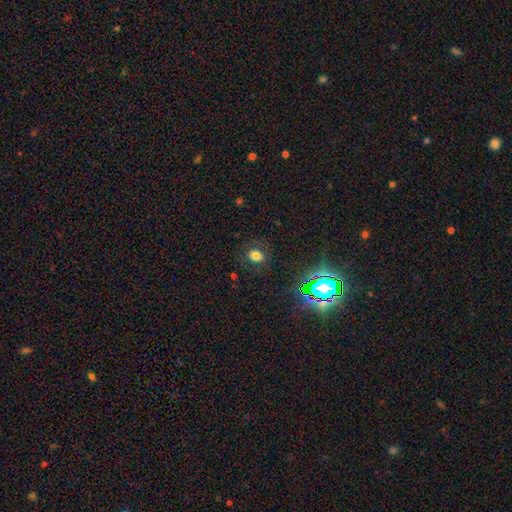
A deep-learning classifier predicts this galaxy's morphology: smooth_or_featured: smooth (p=0.70) [alt: star or artifact p=0.19]
how_rounded: round (p=0.56) [alt: in between p=0.43]
merging: none (p=0.81) [alt: minor disturbance p=0.11]